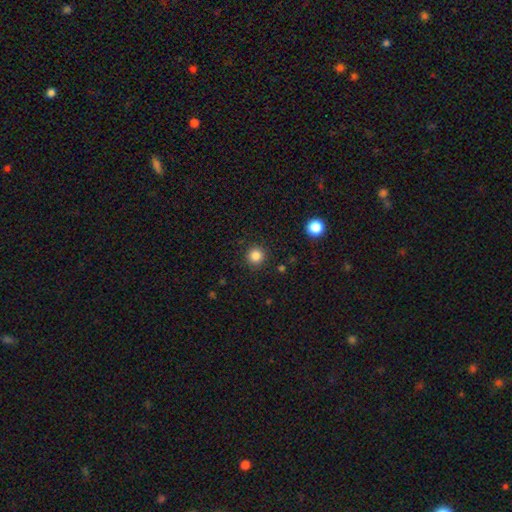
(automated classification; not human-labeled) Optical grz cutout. It shows a smooth galaxy with no disk features (84%) that is round (95%). Merging: none (91%).